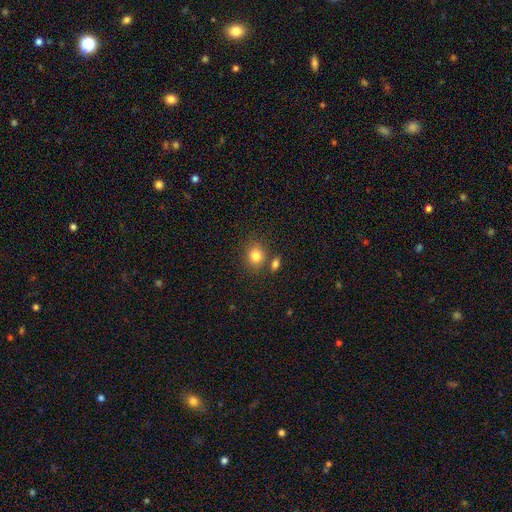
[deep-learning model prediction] smooth 82%, star or artifact 11%, featured or disk 7%. Down the decision tree: how rounded — round (69%); merging — none (72%).